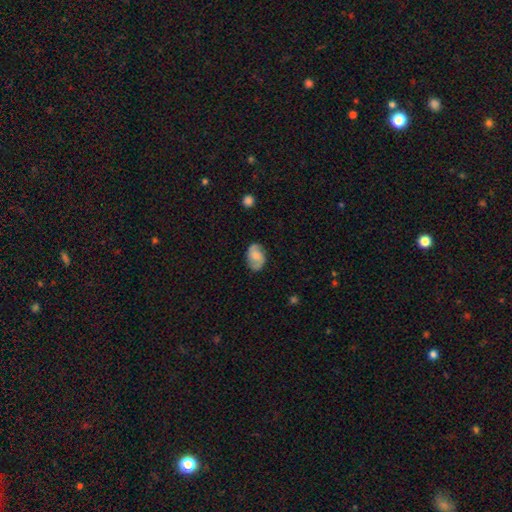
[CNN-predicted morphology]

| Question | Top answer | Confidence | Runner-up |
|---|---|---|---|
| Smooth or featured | featured or disk | 54% | smooth (39%) |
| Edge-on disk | no | 97% | yes (3%) |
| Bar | no | 57% | weak (37%) |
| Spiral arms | yes | 90% | no (10%) |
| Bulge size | moderate | 36% | small (35%) |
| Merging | none | 78% | minor disturbance (16%) |